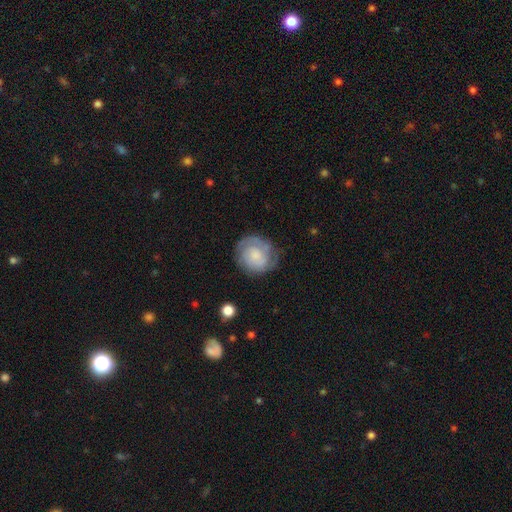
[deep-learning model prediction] Smooth or featured?
  - featured or disk: 49% *
  - smooth: 44%
  - star or artifact: 7%
Merging?
  - none: 69% *
  - minor disturbance: 21%
  - major disturbance: 9%
  - merger: 2%